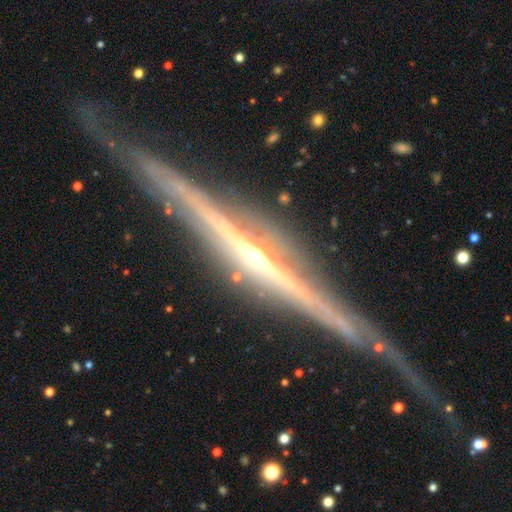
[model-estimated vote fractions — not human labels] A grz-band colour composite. It shows a featured or disk galaxy (90%) viewed edge-on (97%) with a rounded central bulge (60%). Merging: none (81%).